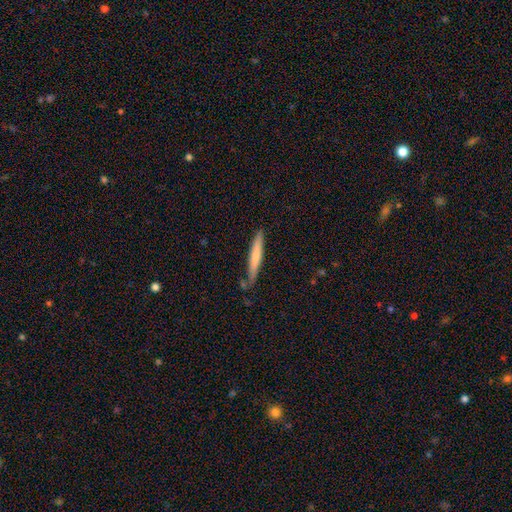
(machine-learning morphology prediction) Smooth or featured: smooth — 66% (featured or disk — 29%)
How rounded: cigar-shaped — 95% (in between — 4%)
Merging: none — 77% (minor disturbance — 16%)